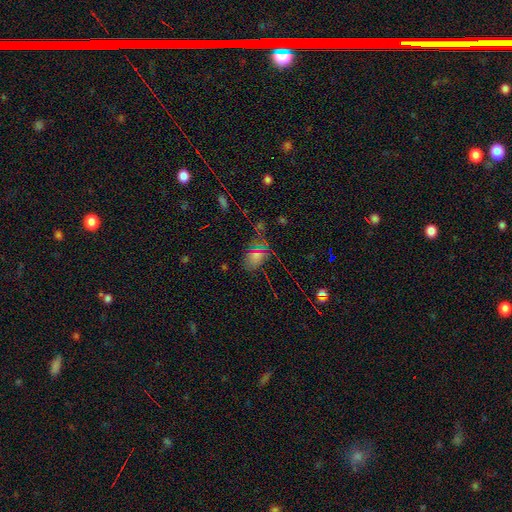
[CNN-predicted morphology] This is possibly a smooth galaxy (57%). How rounded: clearly in between (81%). Merging: likely none (60%).